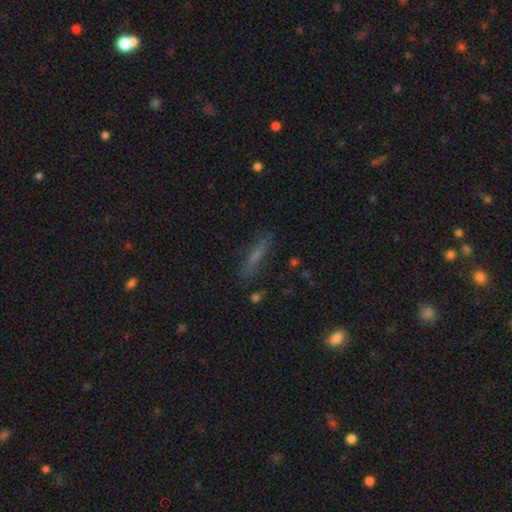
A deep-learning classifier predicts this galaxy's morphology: type=smooth (42%); merging=none (81%).